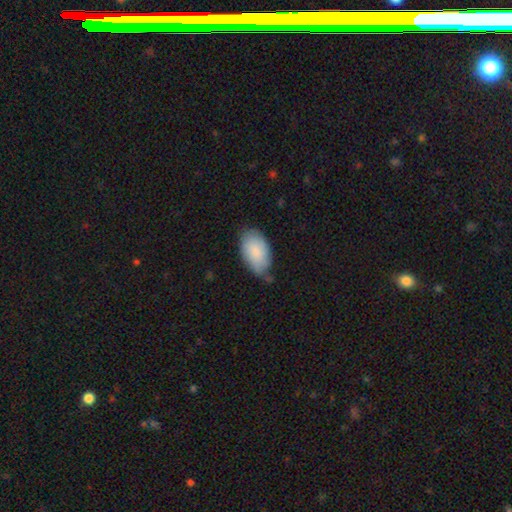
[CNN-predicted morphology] smooth 83%, featured or disk 11%, star or artifact 6%. Down the decision tree: how rounded — in between (94%); merging — none (57%).